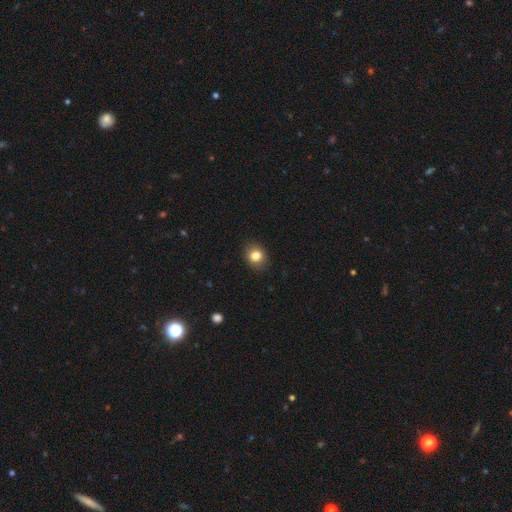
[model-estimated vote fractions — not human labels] smooth 82%, star or artifact 10%, featured or disk 7%. Down the decision tree: how rounded — round (61%); merging — none (87%).